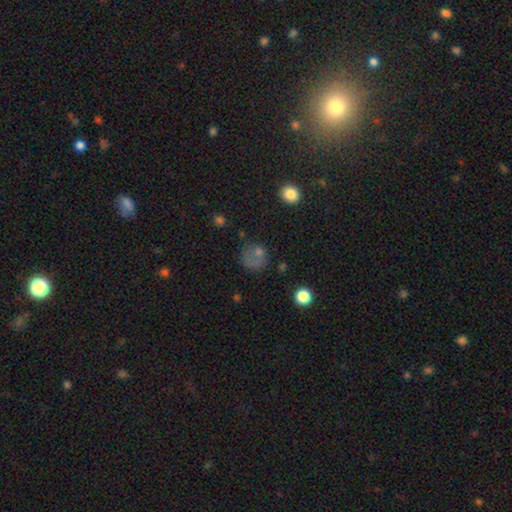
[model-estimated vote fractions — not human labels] Morphology: type=smooth (63%); roundness=round (76%); merging=none (48%).